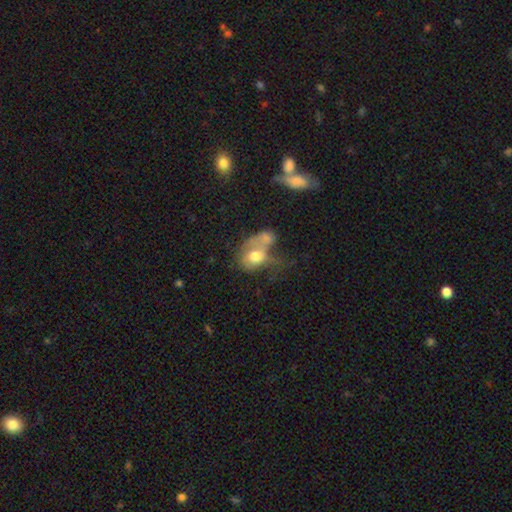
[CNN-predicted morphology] smooth_or_featured: smooth (p=0.64) [alt: featured or disk p=0.28]
how_rounded: in between (p=0.71) [alt: round p=0.27]
merging: merger (p=0.56) [alt: major disturbance p=0.21]